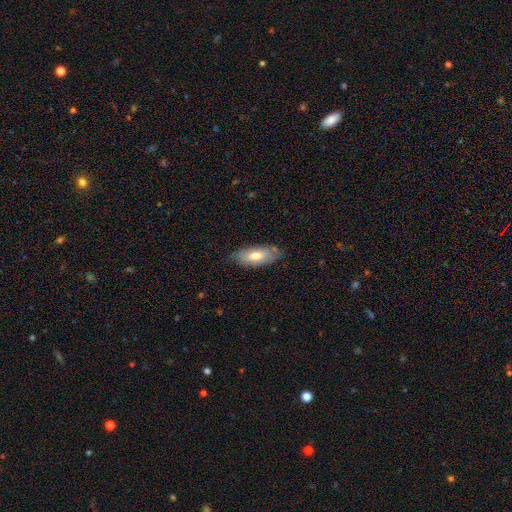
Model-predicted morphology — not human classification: Smooth or featured? smooth (66%)
How rounded? in between (80%)
Merging? none (79%)